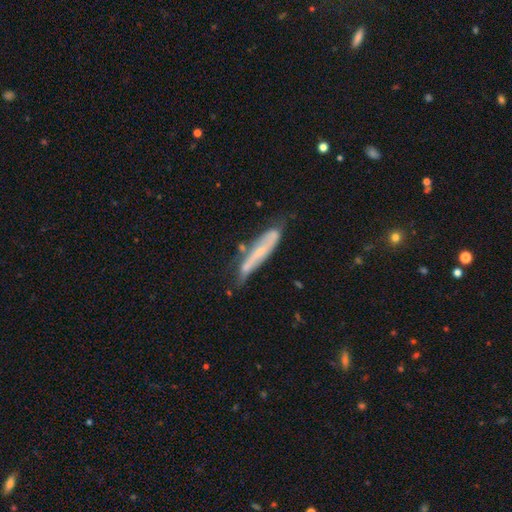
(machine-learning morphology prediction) featured or disk 53%, smooth 37%, star or artifact 10%. Down the decision tree: edge-on disk — yes (67%); merging — none (64%).